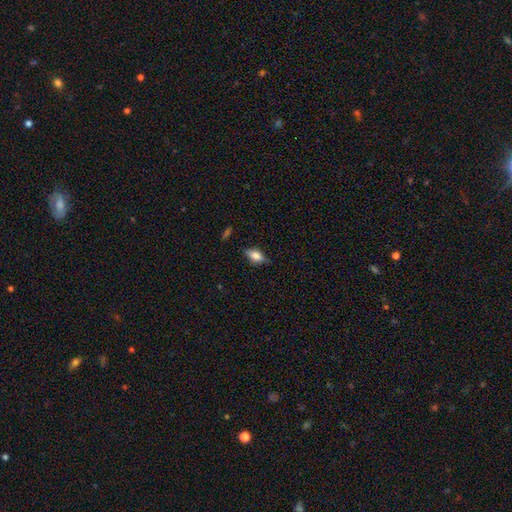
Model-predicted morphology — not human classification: A smooth galaxy with no disk features (60%) that is in between round and cigar-shaped (79%). Merging: none (77%).